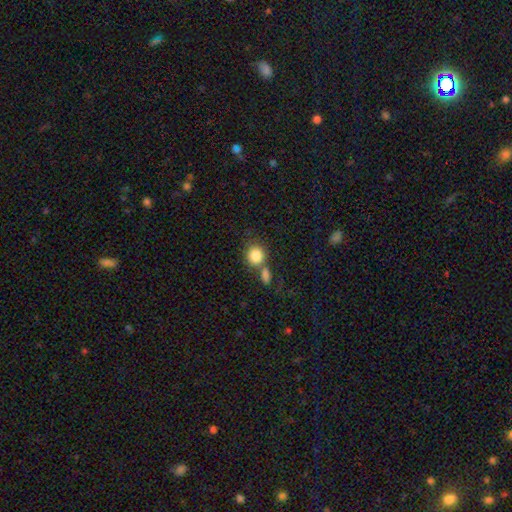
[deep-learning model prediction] Smooth or featured? smooth (84%)
How rounded? round (84%)
Merging? none (51%)